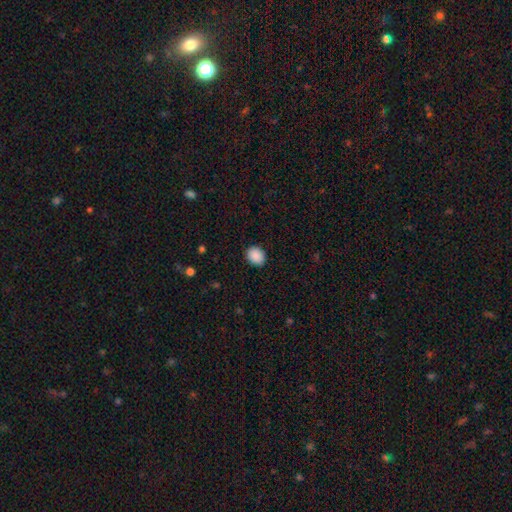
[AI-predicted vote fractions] Q: Smooth or featured?
A: smooth (90%); runner-up: star or artifact (8%)
Q: How rounded?
A: round (56%); runner-up: in between (43%)
Q: Merging?
A: none (89%); runner-up: minor disturbance (8%)